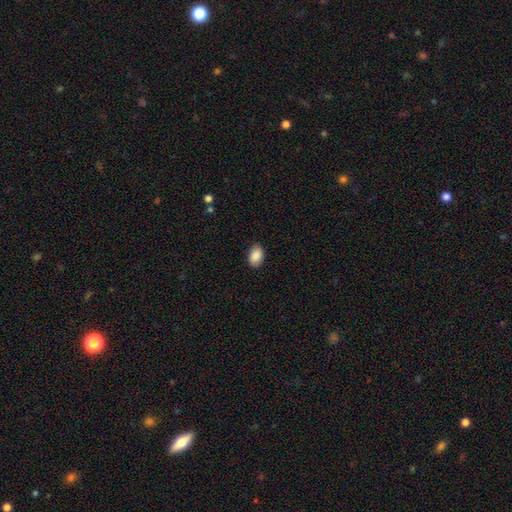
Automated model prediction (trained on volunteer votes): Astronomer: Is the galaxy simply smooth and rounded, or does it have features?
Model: smooth — 88%.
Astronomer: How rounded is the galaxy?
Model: in between — 88%.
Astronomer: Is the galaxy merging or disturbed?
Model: none — 87%.